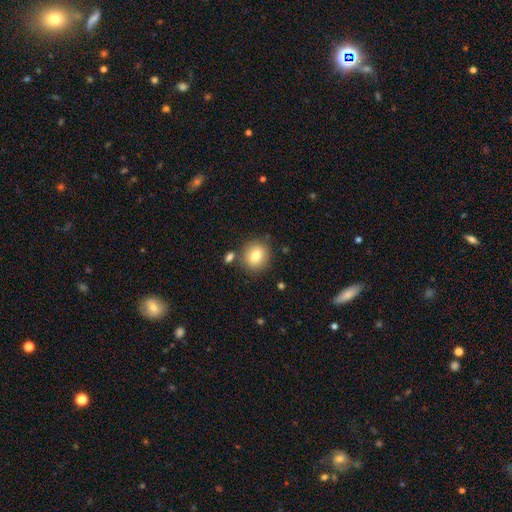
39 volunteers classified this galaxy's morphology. Q: Smooth or featured?
A: smooth (69%); runner-up: featured or disk (21%)
Q: How rounded?
A: round (67%); runner-up: in between (33%)
Q: Merging?
A: none (80%); runner-up: minor disturbance (9%)